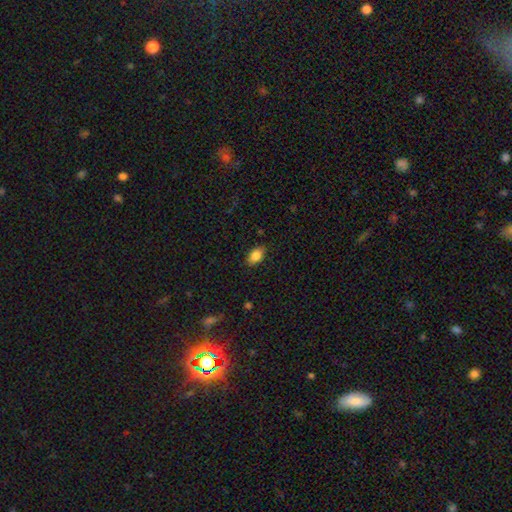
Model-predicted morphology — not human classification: Smooth or featured? Predicted: smooth (p=0.85). How rounded? Predicted: in between (p=0.90). Merging? Predicted: none (p=0.86).